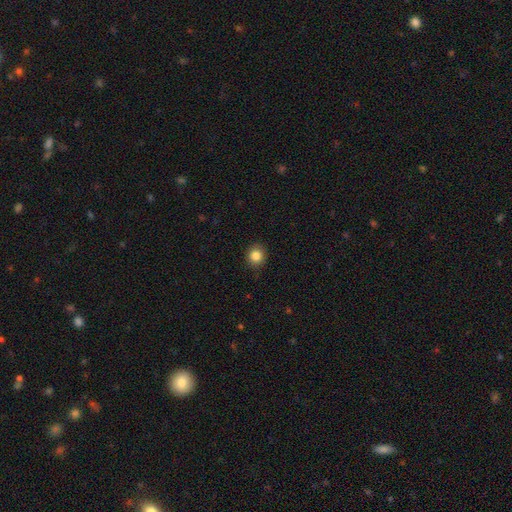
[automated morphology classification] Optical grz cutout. It shows a smooth galaxy with no disk features (85%) that is round (84%). Merging: none (88%).